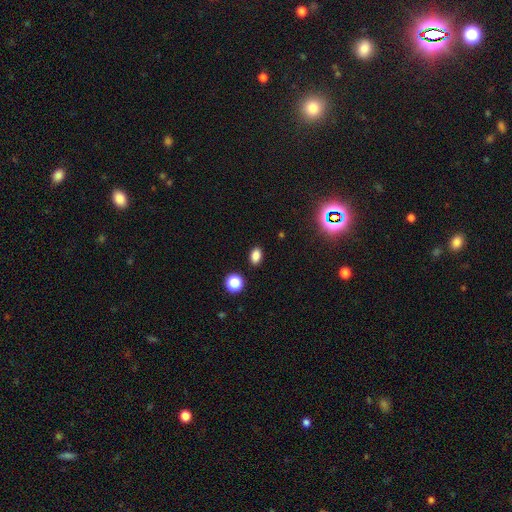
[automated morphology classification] smooth_or_featured: smooth (p=0.81) [alt: star or artifact p=0.15]
how_rounded: in between (p=0.83) [alt: round p=0.14]
merging: none (p=0.88) [alt: minor disturbance p=0.08]